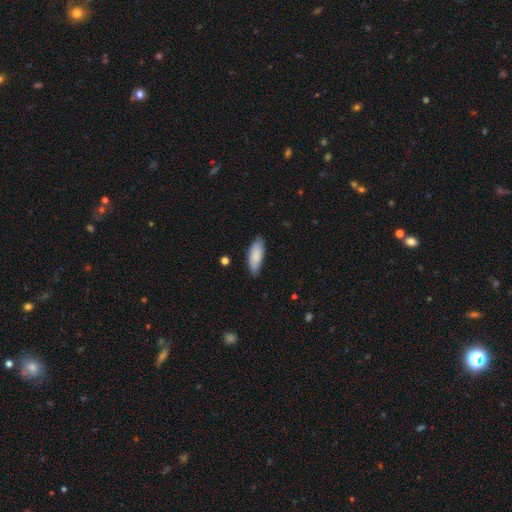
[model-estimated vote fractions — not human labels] Smooth or featured?
  - smooth: 84% *
  - featured or disk: 11%
  - star or artifact: 6%
How rounded?
  - in between: 75% *
  - cigar-shaped: 23%
  - round: 2%
Merging?
  - none: 75% *
  - minor disturbance: 20%
  - major disturbance: 3%
  - merger: 1%